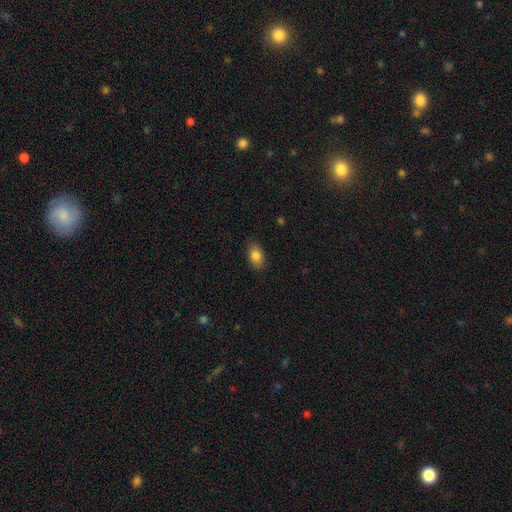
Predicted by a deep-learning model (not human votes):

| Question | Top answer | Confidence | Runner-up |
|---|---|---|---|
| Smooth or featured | smooth | 84% | featured or disk (8%) |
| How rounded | in between | 88% | round (10%) |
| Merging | none | 87% | minor disturbance (10%) |